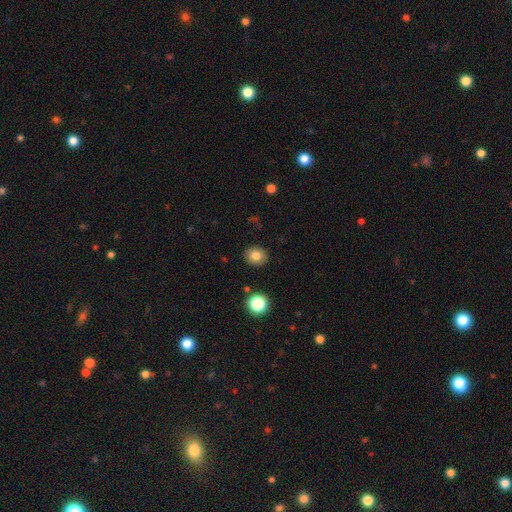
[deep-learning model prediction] This appears to be a smooth galaxy with no disk features (81%) that is round (71%). Merging: none (90%).